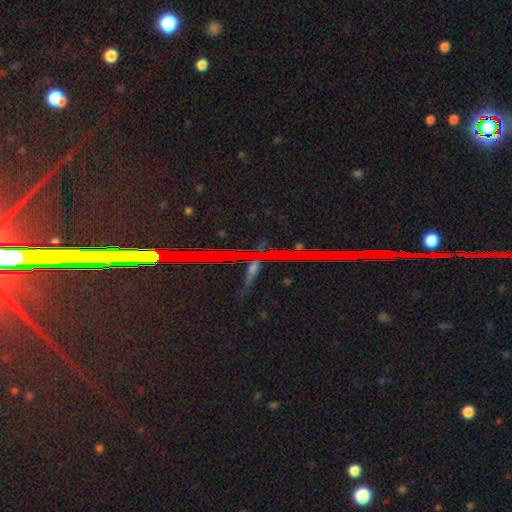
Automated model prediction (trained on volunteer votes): Smooth or featured: star or artifact — 83% (featured or disk — 10%)